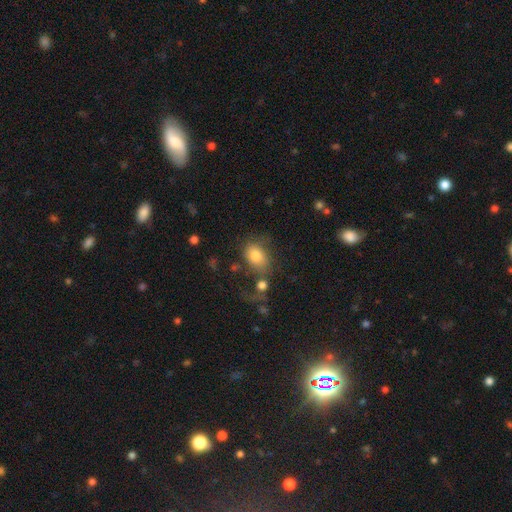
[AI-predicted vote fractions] This appears to be a smooth galaxy with no disk features (79%) that is in between round and cigar-shaped (74%). Merging: none (48%).